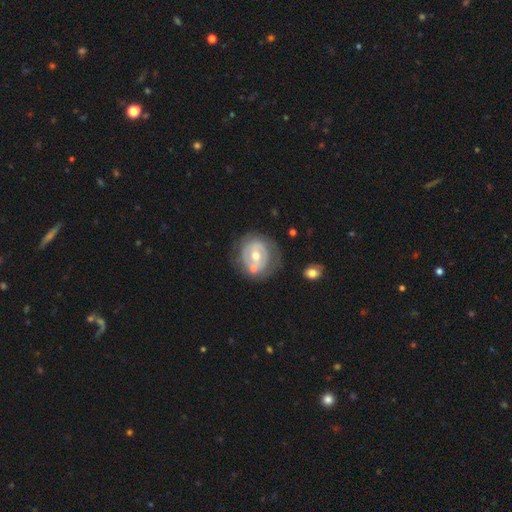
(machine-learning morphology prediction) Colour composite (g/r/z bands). It shows a featured or disk galaxy (63%) with no bar (55%), no spiral arms (57%) and a moderate central bulge (71%). Merging: none (58%).